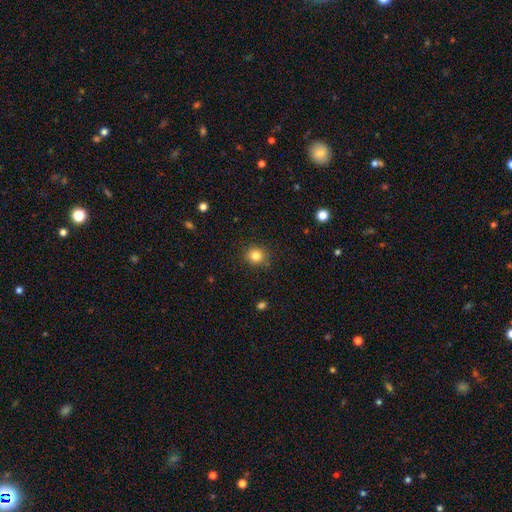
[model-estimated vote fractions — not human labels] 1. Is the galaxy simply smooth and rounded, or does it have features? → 82% smooth, 12% star or artifact, 6% featured or disk.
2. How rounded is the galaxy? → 85% round, 14% in between, 1% cigar-shaped.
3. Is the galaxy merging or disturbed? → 88% none, 8% minor disturbance, 2% major disturbance, 1% merger.